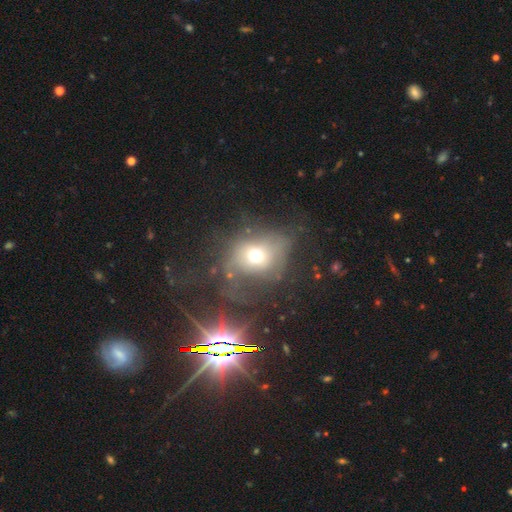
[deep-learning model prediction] A smooth galaxy with no disk features (57%) that is round (64%). Merging: major disturbance (43%).